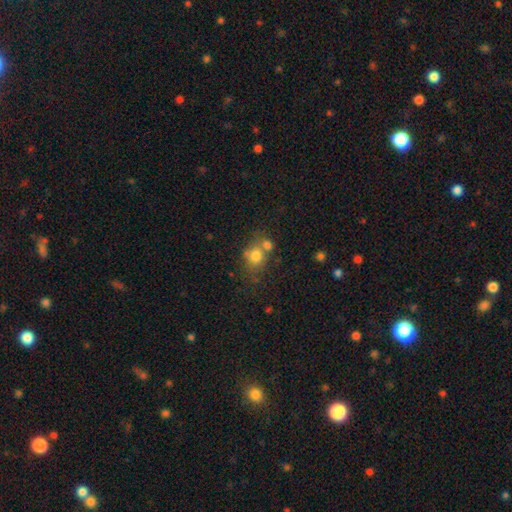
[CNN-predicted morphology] Smooth or featured? Predicted: smooth (p=0.76). How rounded? Predicted: round (p=0.65). Merging? Predicted: none (p=0.45).